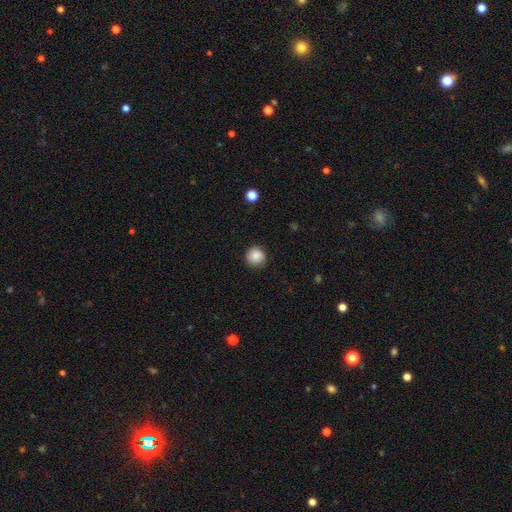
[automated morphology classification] smooth-or-featured: smooth: 87% | star or artifact: 9% | featured or disk: 5%
  how-rounded: round: 94% | in between: 5% | cigar-shaped: 1%
  merging: none: 89% | minor disturbance: 8% | major disturbance: 2% | merger: 1%